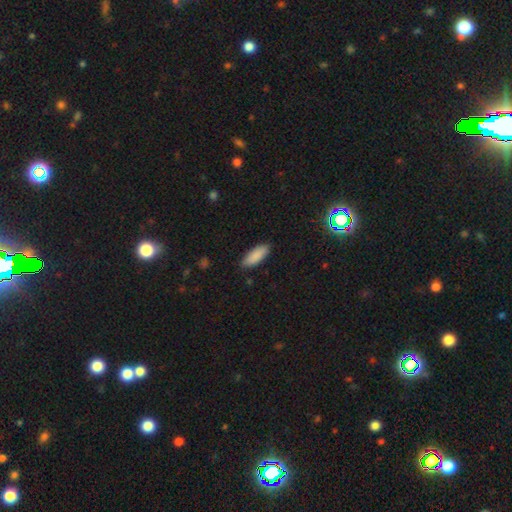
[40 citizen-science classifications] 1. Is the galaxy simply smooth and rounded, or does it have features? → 92% smooth, 5% featured or disk, 2% star or artifact.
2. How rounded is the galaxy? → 65% in between, 35% cigar-shaped, 0% round.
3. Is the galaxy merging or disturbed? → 85% none, 15% minor disturbance, 0% major disturbance, 0% merger.